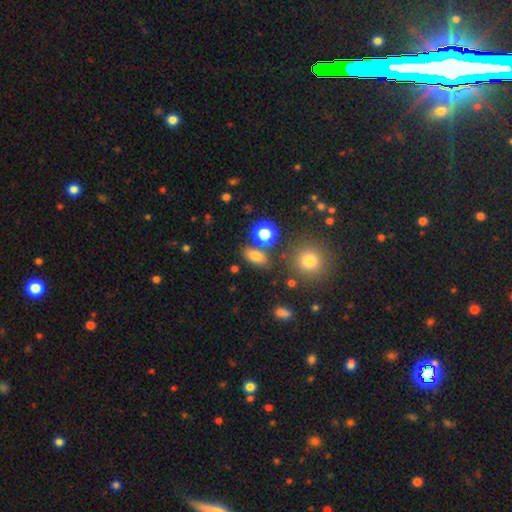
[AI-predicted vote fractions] smooth-or-featured: smooth: 75% | star or artifact: 16% | featured or disk: 8%
  how-rounded: in between: 76% | round: 20% | cigar-shaped: 5%
  merging: none: 74% | minor disturbance: 12% | merger: 10% | major disturbance: 4%